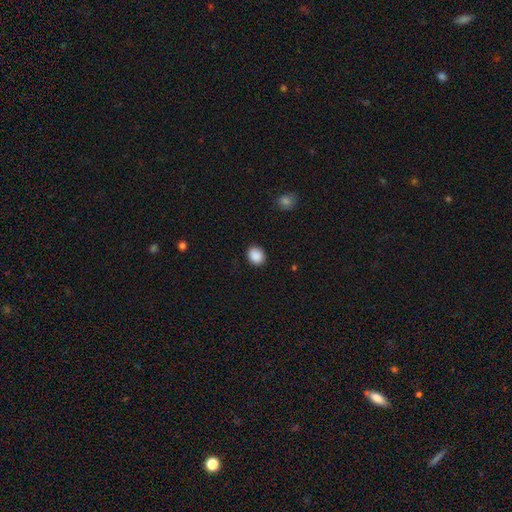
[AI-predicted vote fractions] Q: Smooth or featured?
A: smooth (89%); runner-up: star or artifact (8%)
Q: How rounded?
A: round (62%); runner-up: in between (37%)
Q: Merging?
A: none (90%); runner-up: minor disturbance (7%)